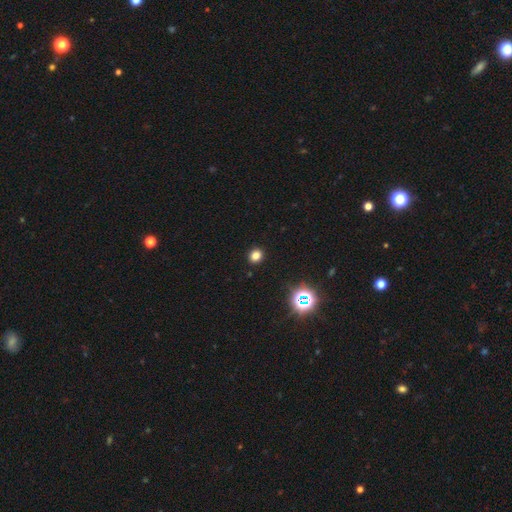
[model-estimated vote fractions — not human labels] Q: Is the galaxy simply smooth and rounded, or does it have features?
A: smooth — 78%.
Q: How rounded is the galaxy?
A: round — 75%.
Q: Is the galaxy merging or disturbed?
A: none — 92%.